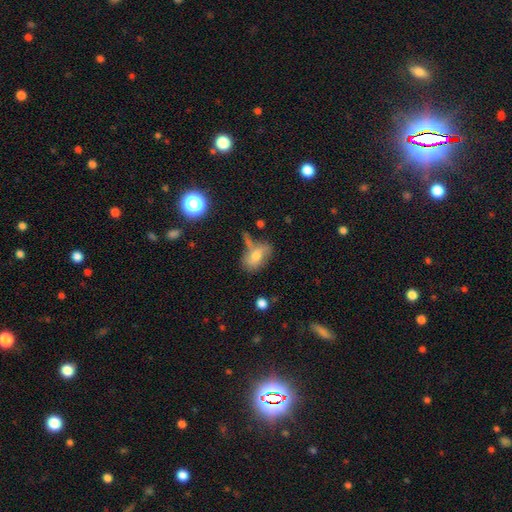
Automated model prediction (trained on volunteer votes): Smooth or featured: smooth — 62% (featured or disk — 26%)
How rounded: in between — 85% (round — 13%)
Merging: none — 46% (minor disturbance — 25%)